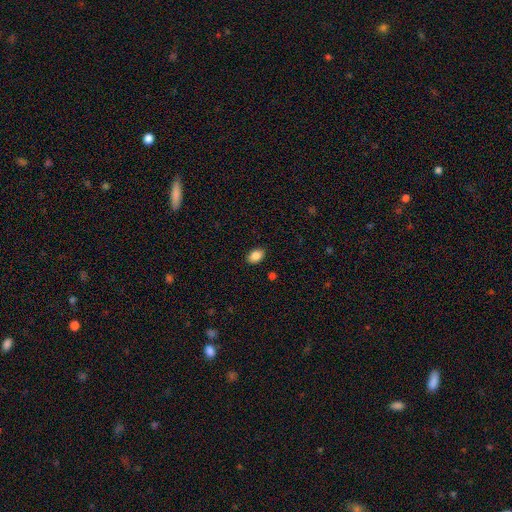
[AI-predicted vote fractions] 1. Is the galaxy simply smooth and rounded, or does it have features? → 87% smooth, 8% star or artifact, 5% featured or disk.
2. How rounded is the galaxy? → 86% in between, 13% round, 1% cigar-shaped.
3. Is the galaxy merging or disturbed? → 88% none, 9% minor disturbance, 2% major disturbance, 1% merger.